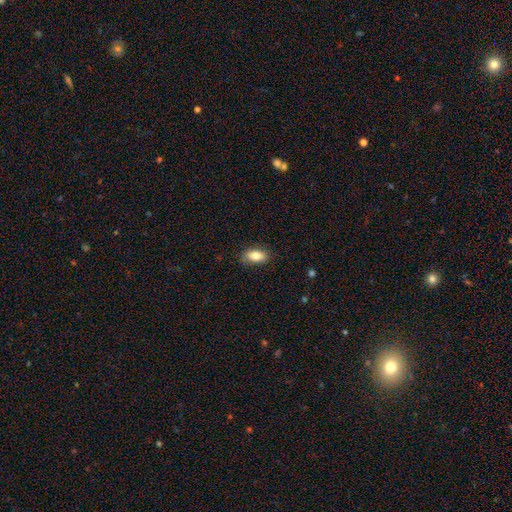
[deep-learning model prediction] Smooth or featured? Predicted: smooth (p=0.81). How rounded? Predicted: in between (p=0.88). Merging? Predicted: none (p=0.80).